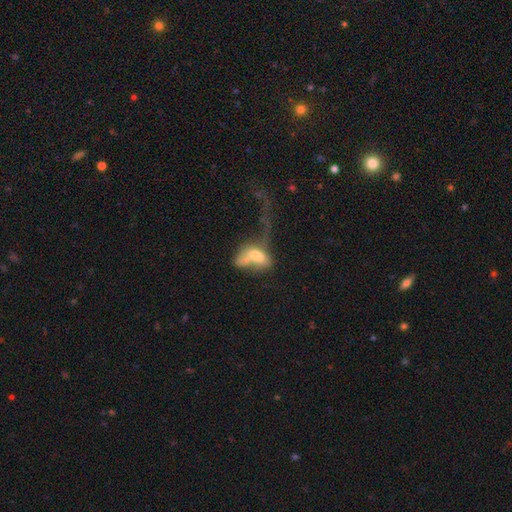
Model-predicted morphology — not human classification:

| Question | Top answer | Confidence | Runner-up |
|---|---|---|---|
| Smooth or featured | smooth | 58% | featured or disk (33%) |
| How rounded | in between | 83% | round (9%) |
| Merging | merger | 40% | major disturbance (37%) |